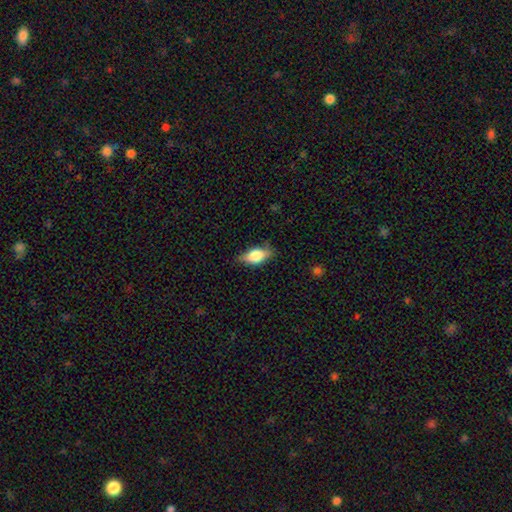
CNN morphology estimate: smooth_or_featured: smooth (p=0.69) [alt: featured or disk p=0.24]
how_rounded: in between (p=0.83) [alt: cigar-shaped p=0.12]
merging: none (p=0.76) [alt: minor disturbance p=0.19]